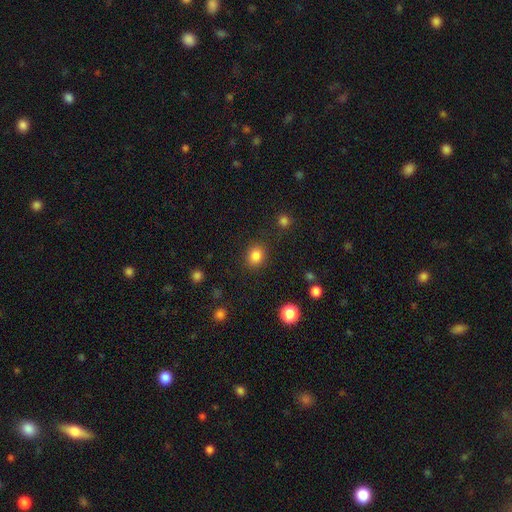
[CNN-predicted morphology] type=smooth (85%); roundness=round (62%); merging=none (86%).